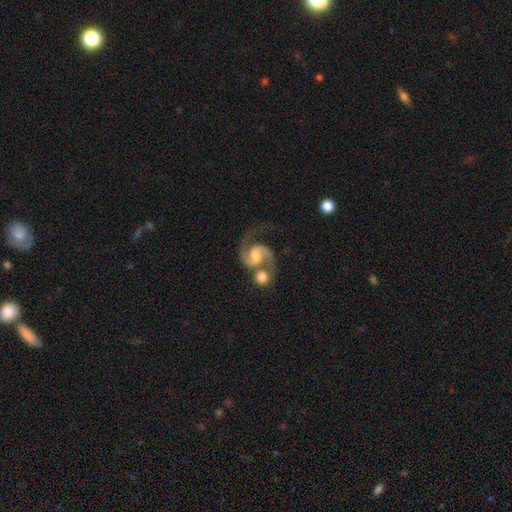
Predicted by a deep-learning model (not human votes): Smooth or featured: featured or disk — 88% (smooth — 7%)
Edge-on disk: no — 98% (yes — 2%)
Bar: weak — 44% (no — 42%)
Spiral arms: yes — 98% (no — 2%)
Spiral winding: medium — 58% (loose — 26%)
Spiral arm count: 2 — 90% (1 — 4%)
Bulge size: moderate — 48% (small — 27%)
Merging: merger — 42% (none — 36%)